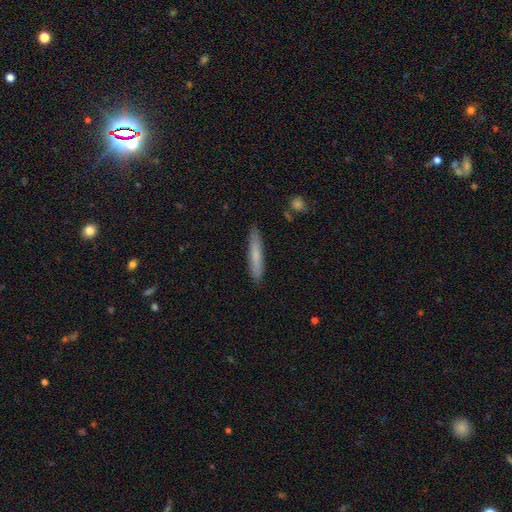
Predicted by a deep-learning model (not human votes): smooth 73%, featured or disk 21%, star or artifact 6%. Down the decision tree: how rounded — cigar-shaped (92%); merging — none (88%).